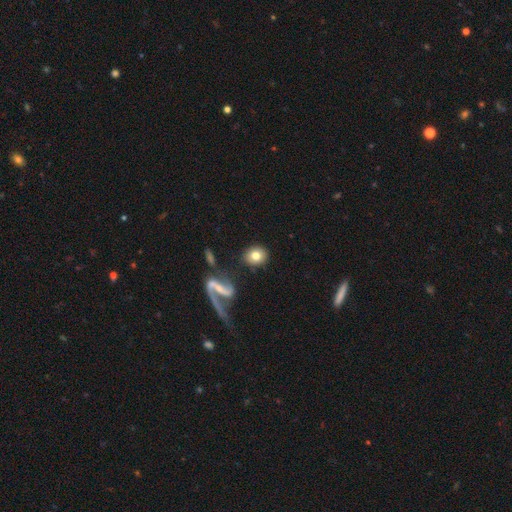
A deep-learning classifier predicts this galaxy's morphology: Smooth or featured?
  - smooth: 72% *
  - featured or disk: 20%
  - star or artifact: 8%
How rounded?
  - round: 72% *
  - in between: 26%
  - cigar-shaped: 2%
Merging?
  - none: 81% *
  - minor disturbance: 9%
  - merger: 5%
  - major disturbance: 5%